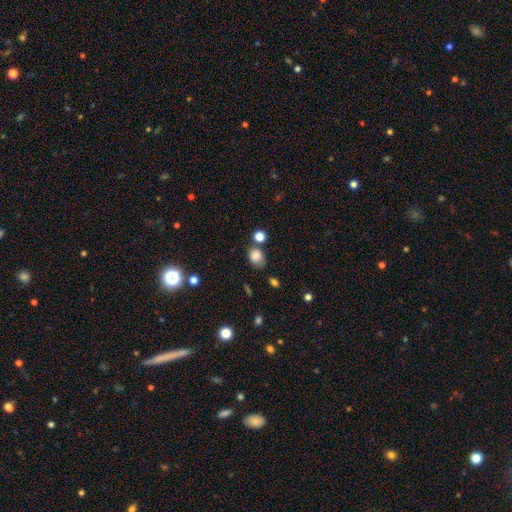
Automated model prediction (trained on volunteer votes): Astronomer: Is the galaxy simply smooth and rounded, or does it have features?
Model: smooth — 82%.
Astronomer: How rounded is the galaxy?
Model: in between — 54% (runner-up: round, 45%).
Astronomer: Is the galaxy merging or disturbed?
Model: none — 59%.